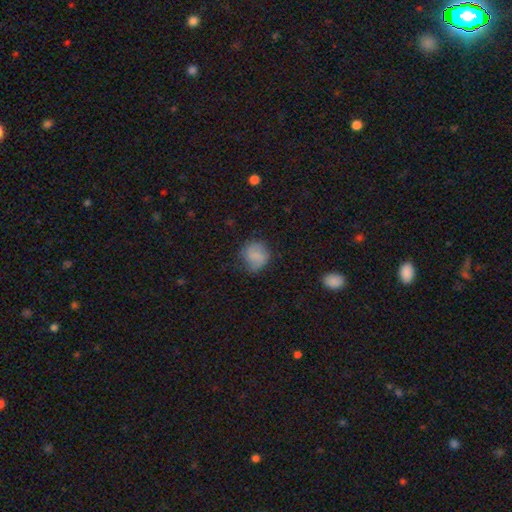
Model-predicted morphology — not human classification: A smooth galaxy with no disk features (65%) that is round (81%).

Vote fractions:
- Smooth or featured? smooth: 65% / featured or disk: 26% / star or artifact: 9%
- How rounded? round: 81% / in between: 18% / cigar-shaped: 1%
- Merging? none: 67% / minor disturbance: 23% / major disturbance: 8% / merger: 1%